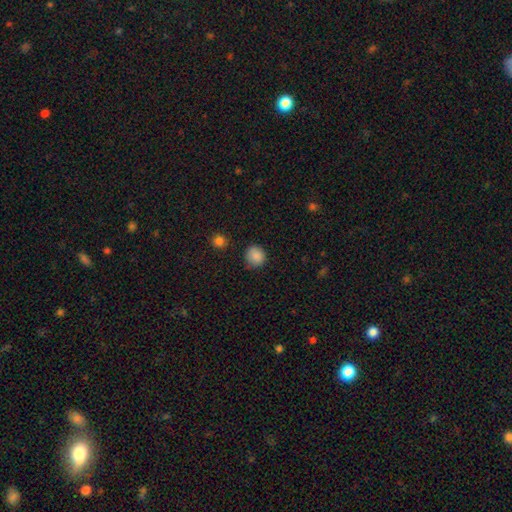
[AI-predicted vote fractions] Morphology: type=smooth (87%); roundness=round (89%); merging=none (82%).